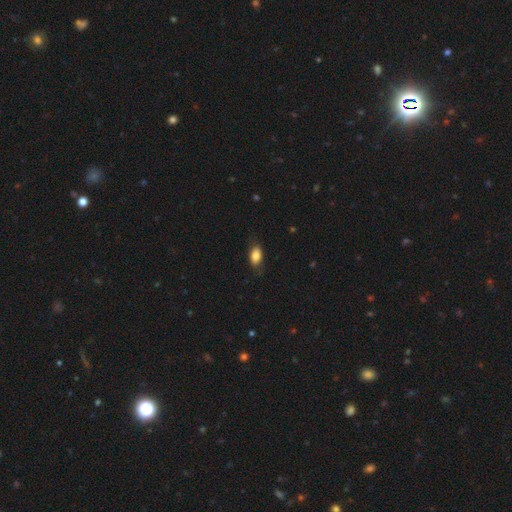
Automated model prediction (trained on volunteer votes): smooth_or_featured: smooth (p=0.83) [alt: featured or disk p=0.10]
how_rounded: in between (p=0.89) [alt: round p=0.06]
merging: none (p=0.77) [alt: minor disturbance p=0.18]